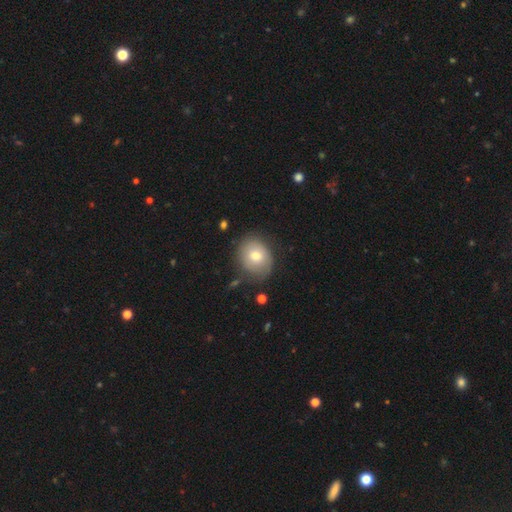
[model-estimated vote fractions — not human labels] Overall: smooth (69%). How rounded: round (65%; in between 34%). Merging: none (73%).